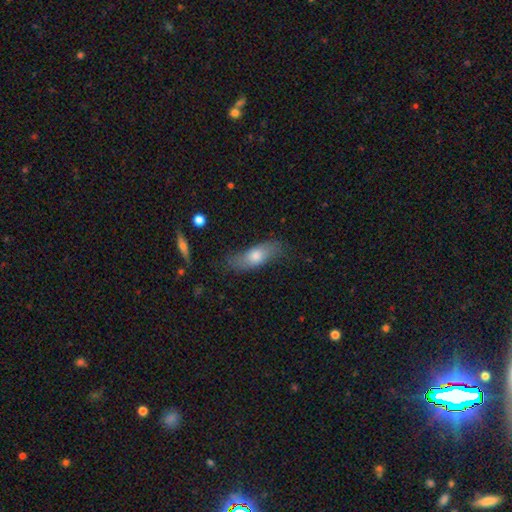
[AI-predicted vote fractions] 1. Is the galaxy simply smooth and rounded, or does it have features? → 66% smooth, 27% featured or disk, 7% star or artifact.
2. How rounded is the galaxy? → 66% in between, 30% cigar-shaped, 4% round.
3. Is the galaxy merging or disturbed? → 69% none, 23% minor disturbance, 6% major disturbance, 2% merger.